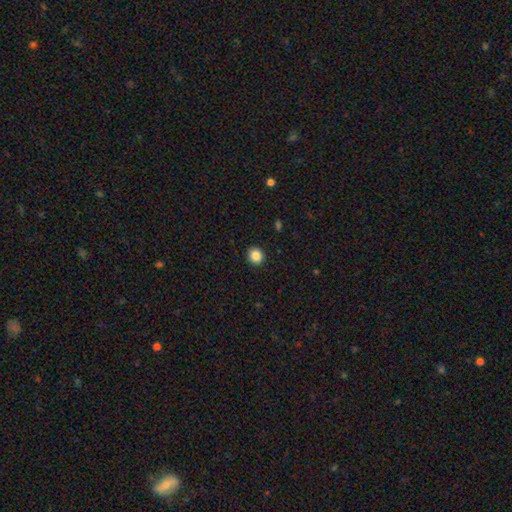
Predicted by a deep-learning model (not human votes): The model was most divided on "how rounded": round: 81%, in between: 18%, cigar-shaped: 1%. More confident: merging — none (92%); smooth or featured — smooth (86%).